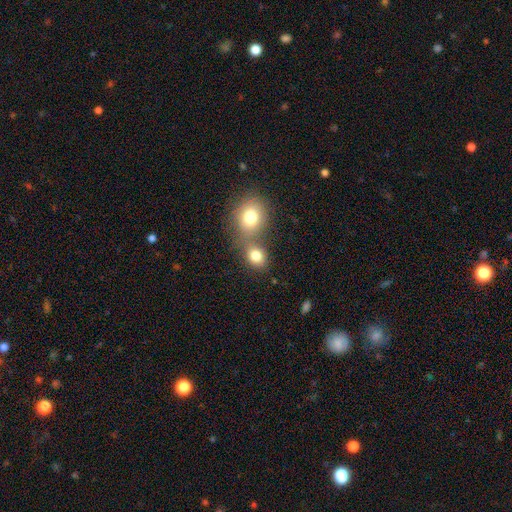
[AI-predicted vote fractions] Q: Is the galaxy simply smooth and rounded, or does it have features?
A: smooth — 81%.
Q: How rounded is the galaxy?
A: round — 65%.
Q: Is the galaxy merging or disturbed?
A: merger — 47%.